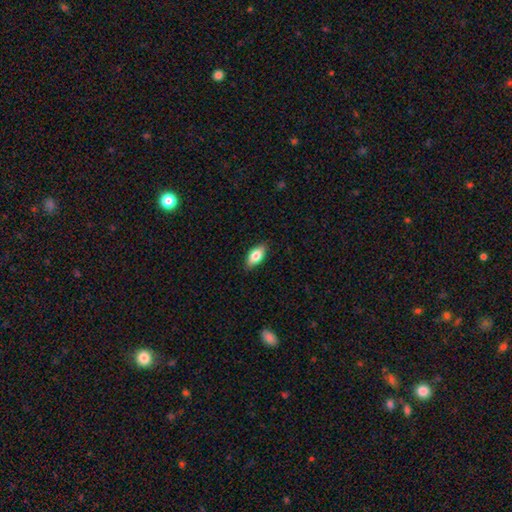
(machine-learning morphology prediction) A smooth galaxy with no disk features (80%) that is in between round and cigar-shaped (90%).

Vote fractions:
- Smooth or featured? smooth: 80% / featured or disk: 14% / star or artifact: 7%
- How rounded? in between: 90% / cigar-shaped: 7% / round: 3%
- Merging? none: 87% / minor disturbance: 10% / major disturbance: 2% / merger: 1%